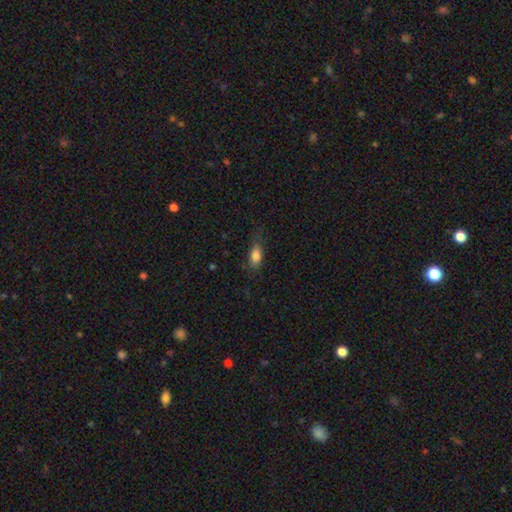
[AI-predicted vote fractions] Smooth or featured?
  - smooth: 81% *
  - featured or disk: 10%
  - star or artifact: 8%
How rounded?
  - in between: 81% *
  - cigar-shaped: 14%
  - round: 5%
Merging?
  - none: 68% *
  - minor disturbance: 22%
  - major disturbance: 9%
  - merger: 1%